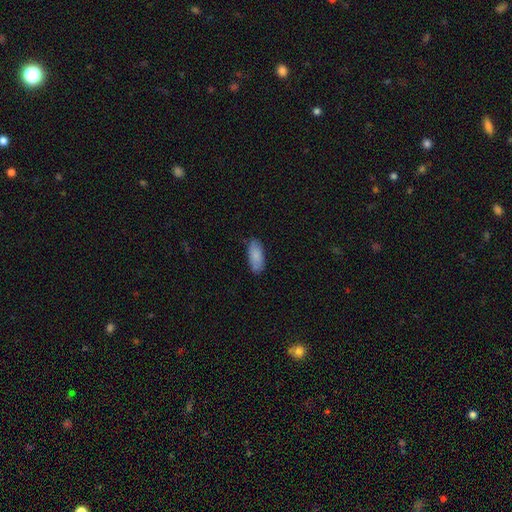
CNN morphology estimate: smooth 86%, featured or disk 8%, star or artifact 6%. Down the decision tree: how rounded — in between (84%); merging — none (79%).